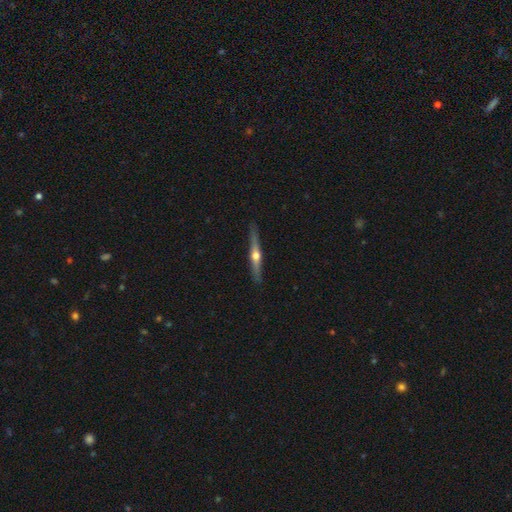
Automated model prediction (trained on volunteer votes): A featured or disk galaxy (72%) viewed edge-on (97%) with a rounded central bulge (94%). Merging: none (89%).